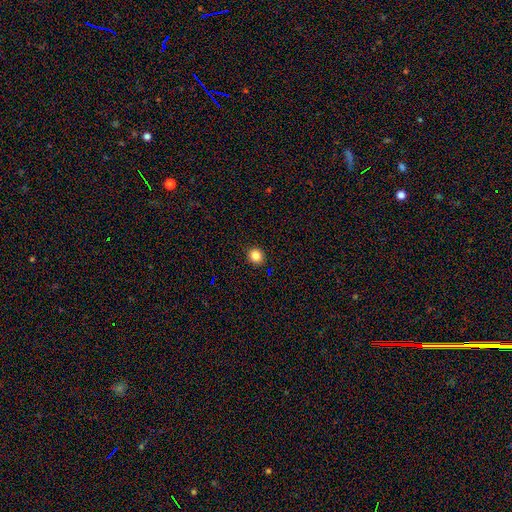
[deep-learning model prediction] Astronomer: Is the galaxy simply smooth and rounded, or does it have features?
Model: smooth — 84%.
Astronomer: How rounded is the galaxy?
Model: round — 86%.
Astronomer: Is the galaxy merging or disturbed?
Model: none — 92%.